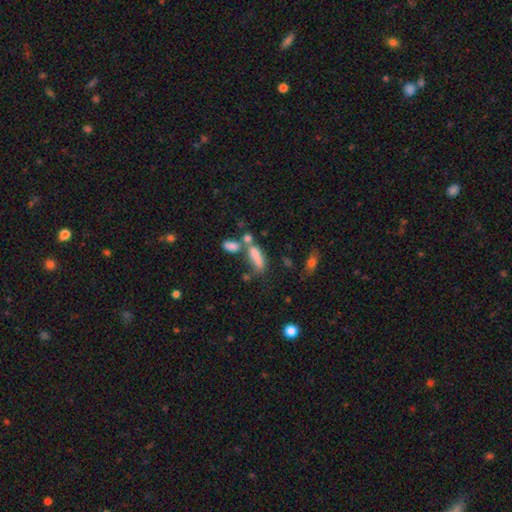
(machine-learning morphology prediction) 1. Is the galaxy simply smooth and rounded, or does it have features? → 71% smooth, 18% featured or disk, 11% star or artifact.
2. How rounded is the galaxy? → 59% in between, 37% cigar-shaped, 4% round.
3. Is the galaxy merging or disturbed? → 49% merger, 26% none, 13% minor disturbance, 12% major disturbance.